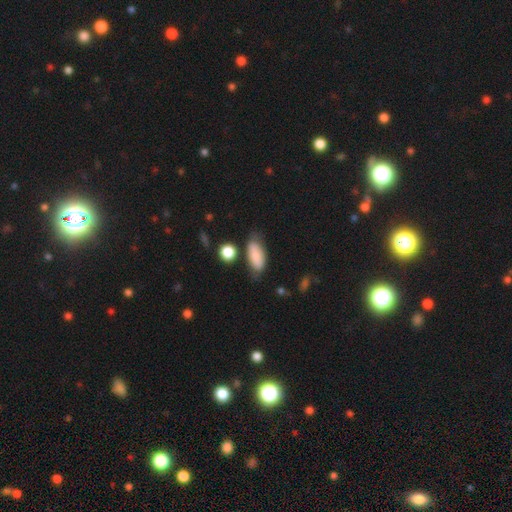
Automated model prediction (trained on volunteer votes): This is clearly a smooth galaxy (81%). How rounded: clearly in between (83%). Merging: likely none (65%).